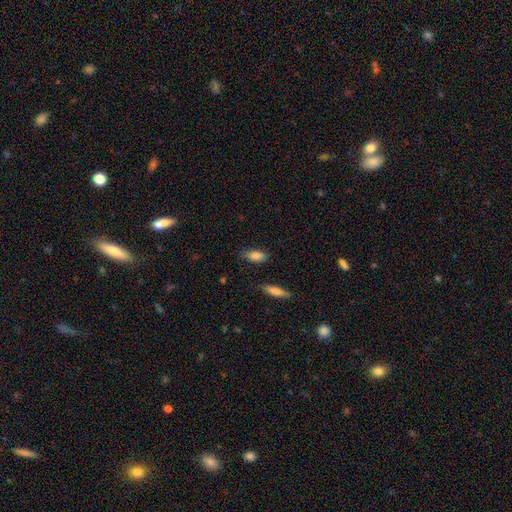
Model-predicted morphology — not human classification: This appears to be a smooth galaxy with no disk features (82%) that is in between round and cigar-shaped (78%). Merging: none (77%).